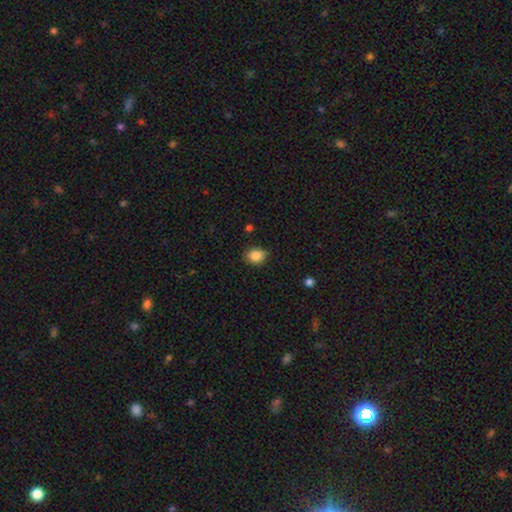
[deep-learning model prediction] This appears to be a smooth galaxy with no disk features (86%) that is in between round and cigar-shaped (55%). Merging: none (84%).